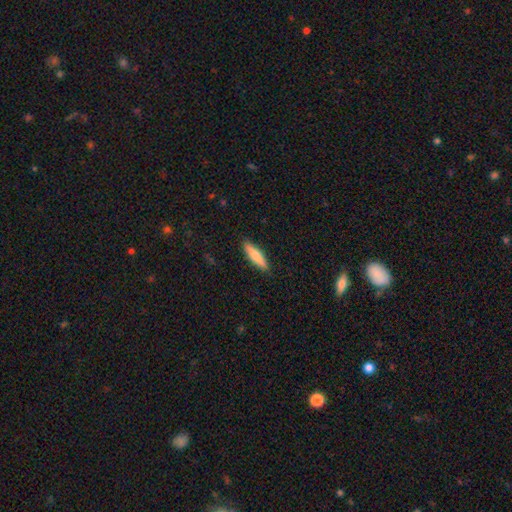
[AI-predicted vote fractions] Morphology: type=smooth (73%); roundness=cigar-shaped (70%); merging=none (89%).